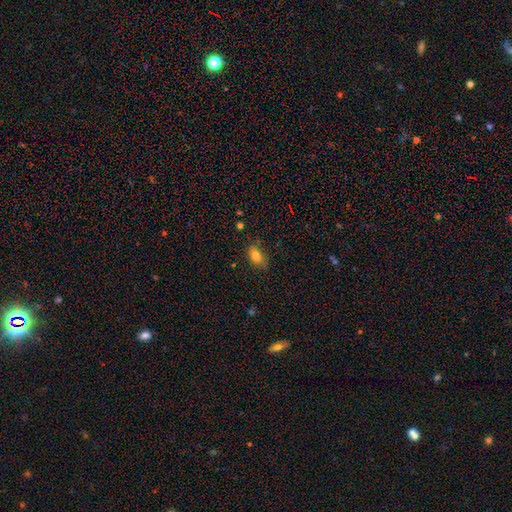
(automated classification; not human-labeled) This appears to be a smooth galaxy with no disk features (80%) that is in between round and cigar-shaped (87%). Merging: none (74%).